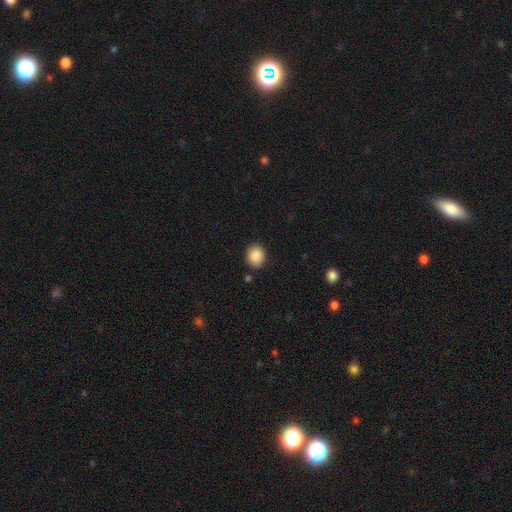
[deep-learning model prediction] This appears to be a smooth galaxy with no disk features (88%) that is round (65%). Merging: none (88%).